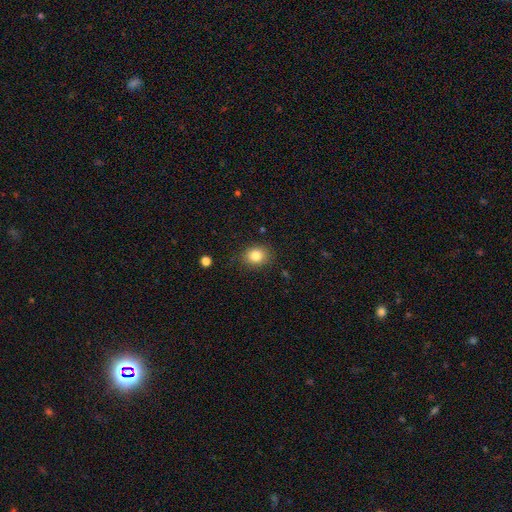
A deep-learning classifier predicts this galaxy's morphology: This appears to be a smooth galaxy with no disk features (82%) that is round (58%). Merging: none (83%).